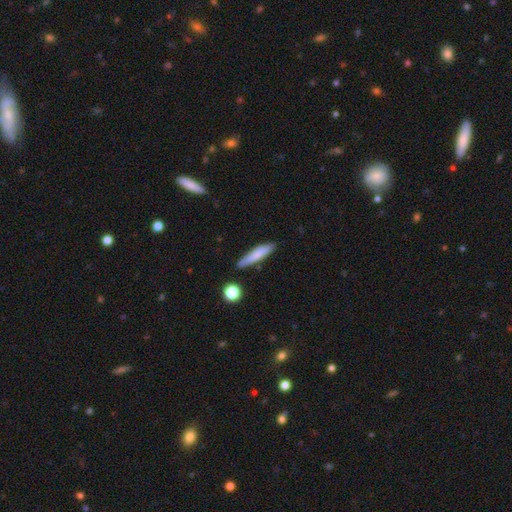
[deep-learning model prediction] Smooth or featured? smooth (73%)
How rounded? cigar-shaped (85%)
Merging? none (82%)